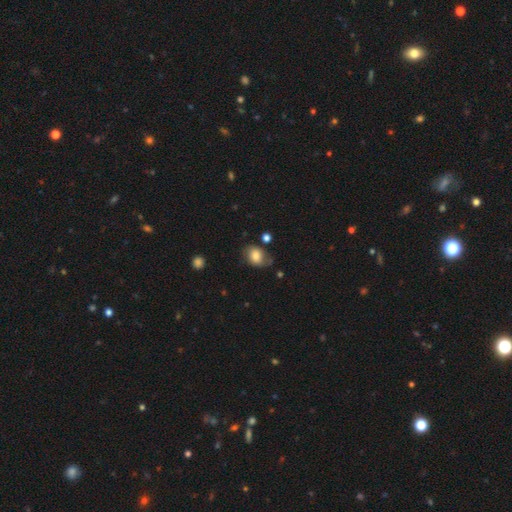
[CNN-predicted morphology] The model was most divided on "merging": none: 54%, minor disturbance: 30%, major disturbance: 12%, merger: 4%. More confident: smooth or featured — smooth (73%); how rounded — in between (64%).